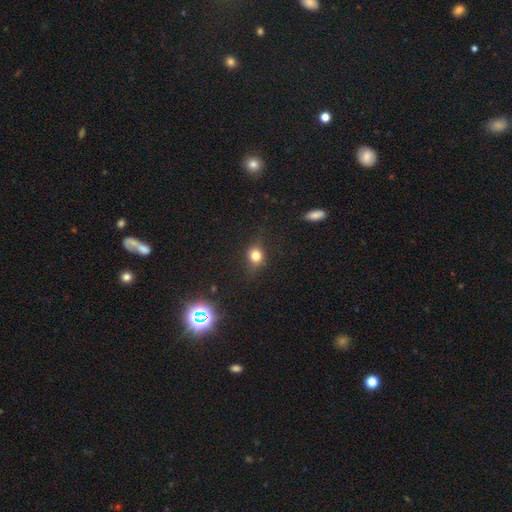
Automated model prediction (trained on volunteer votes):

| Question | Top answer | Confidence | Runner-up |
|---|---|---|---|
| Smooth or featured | smooth | 74% | star or artifact (15%) |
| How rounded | round | 66% | in between (32%) |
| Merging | none | 77% | minor disturbance (16%) |